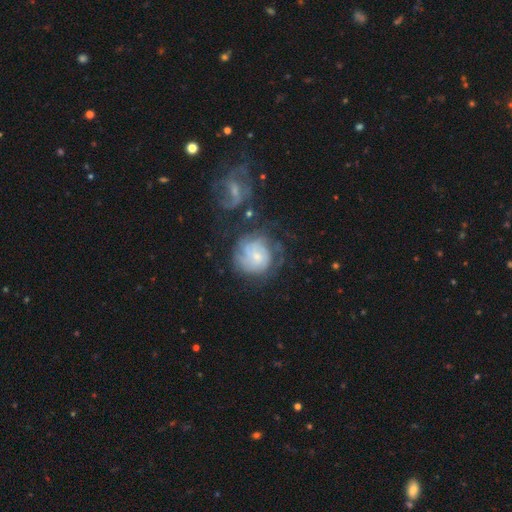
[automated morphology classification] Overall: featured or disk (71%). Edge-on disk: no (98%). Bar: no (70%). Spiral arms: yes (87%). Spiral arm count: can't tell (46%; 3 16%). Spiral winding: tight (63%; medium 27%). Bulge size: small (70%). Merging: none (55%; minor disturbance 19%).